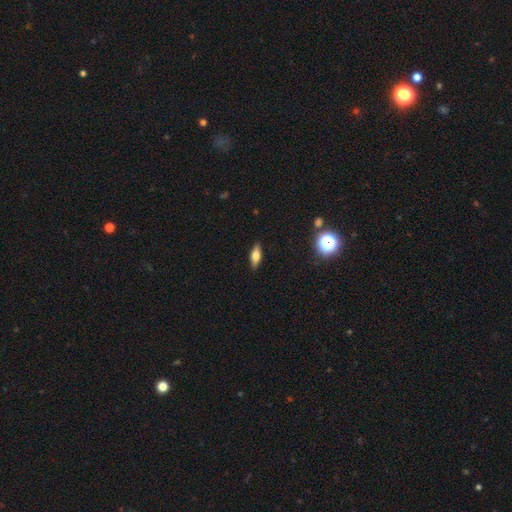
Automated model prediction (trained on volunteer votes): This is likely a smooth galaxy (63%). How rounded: likely in between (67%). Merging: clearly none (88%).